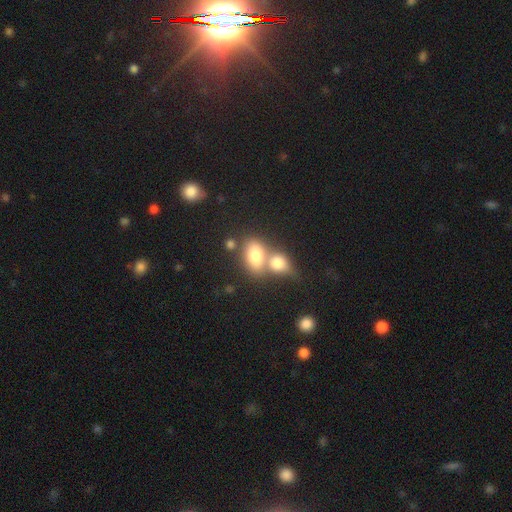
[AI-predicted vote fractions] A smooth galaxy with no disk features (76%) that is in between round and cigar-shaped (80%). Merging: merger (55%).